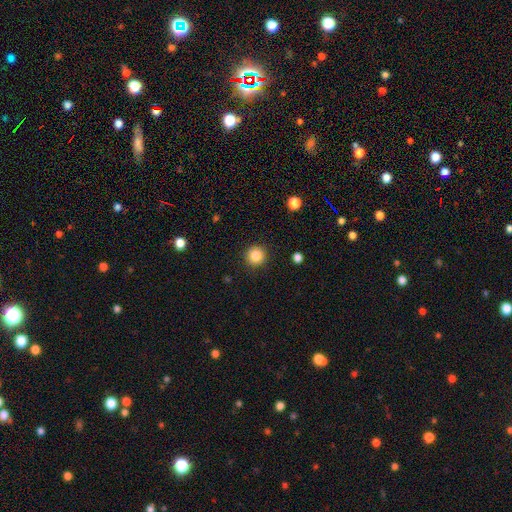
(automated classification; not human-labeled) Smooth or featured: smooth — 86% (star or artifact — 10%)
How rounded: round — 95% (in between — 4%)
Merging: none — 91% (minor disturbance — 6%)